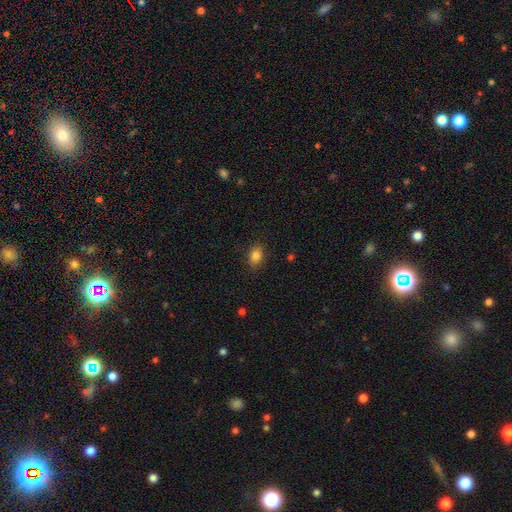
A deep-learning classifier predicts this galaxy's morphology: Q: Smooth or featured?
A: smooth (84%); runner-up: star or artifact (10%)
Q: How rounded?
A: in between (75%); runner-up: round (23%)
Q: Merging?
A: none (86%); runner-up: minor disturbance (10%)